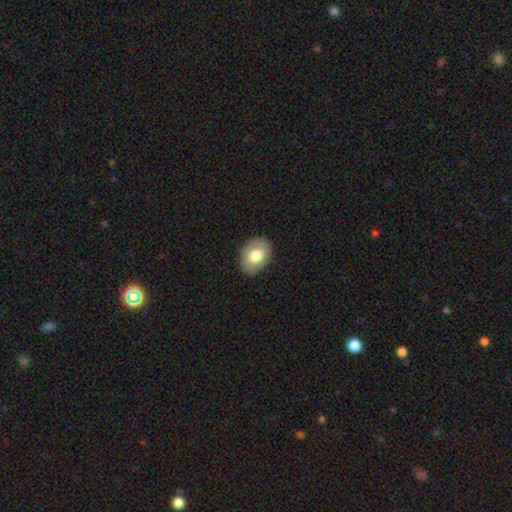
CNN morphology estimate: Smooth or featured?
  - smooth: 73% *
  - featured or disk: 20%
  - star or artifact: 7%
How rounded?
  - in between: 74% *
  - round: 25%
  - cigar-shaped: 1%
Merging?
  - none: 87% *
  - minor disturbance: 10%
  - major disturbance: 2%
  - merger: 1%